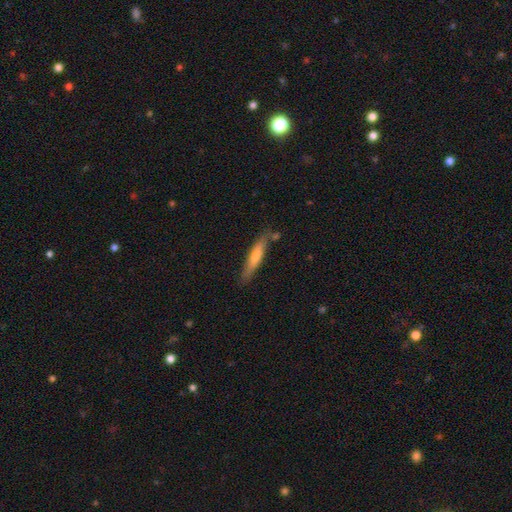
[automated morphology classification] type=smooth (61%); roundness=cigar-shaped (90%); merging=none (76%).